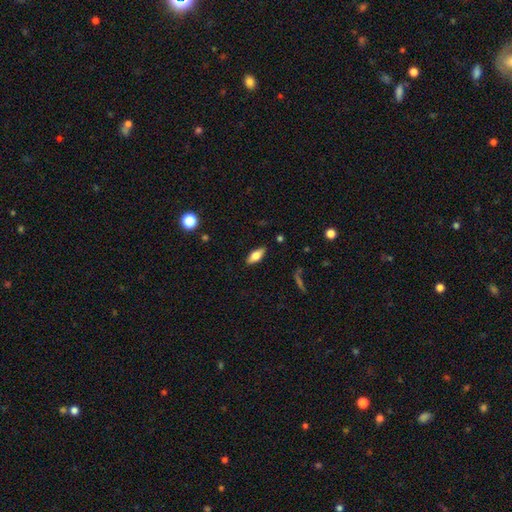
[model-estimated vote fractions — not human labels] Smooth or featured?
  - smooth: 68% *
  - featured or disk: 25%
  - star or artifact: 7%
How rounded?
  - in between: 77% *
  - cigar-shaped: 20%
  - round: 3%
Merging?
  - none: 87% *
  - minor disturbance: 10%
  - major disturbance: 2%
  - merger: 1%